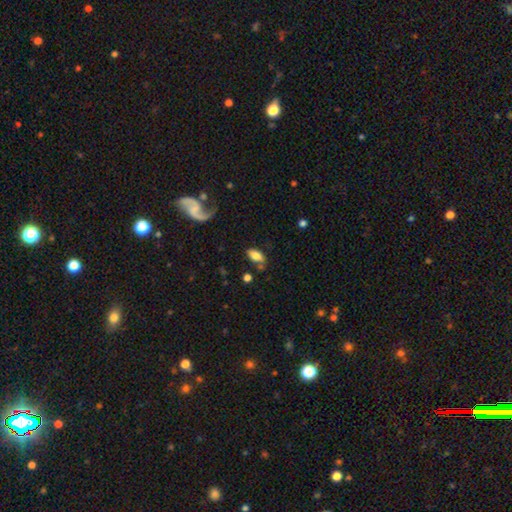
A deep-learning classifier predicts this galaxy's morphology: smooth_or_featured: smooth (p=0.76) [alt: featured or disk p=0.16]
how_rounded: in between (p=0.89) [alt: cigar-shaped p=0.07]
merging: none (p=0.65) [alt: minor disturbance p=0.19]